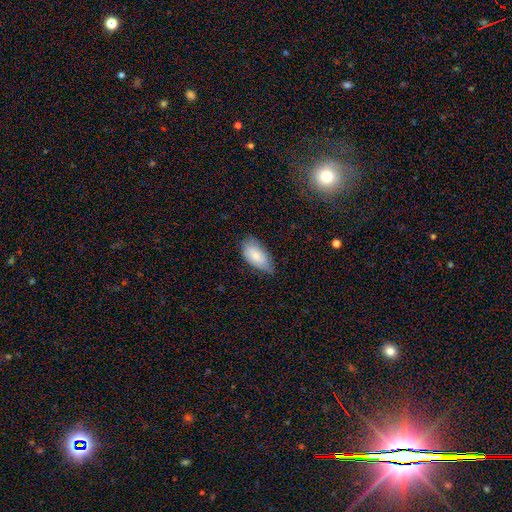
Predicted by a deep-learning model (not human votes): The model was most divided on "merging": none: 64%, minor disturbance: 30%, major disturbance: 5%, merger: 1%. More confident: how rounded — in between (93%); smooth or featured — smooth (77%).